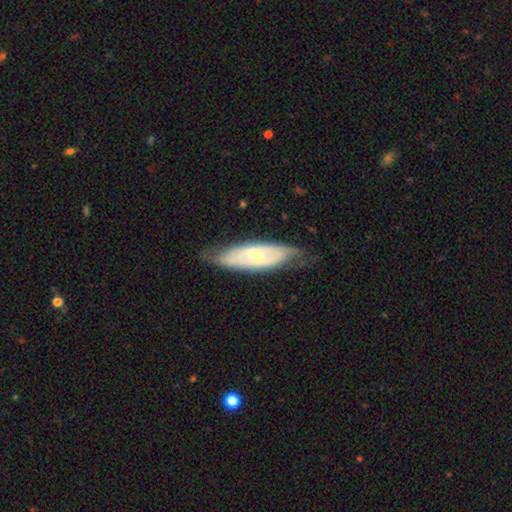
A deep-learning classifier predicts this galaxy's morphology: smooth-or-featured: featured or disk: 61% | smooth: 34% | star or artifact: 6%
  disk-edge-on: no: 72% | yes: 28%
  merging: none: 65% | minor disturbance: 26% | major disturbance: 7% | merger: 2%